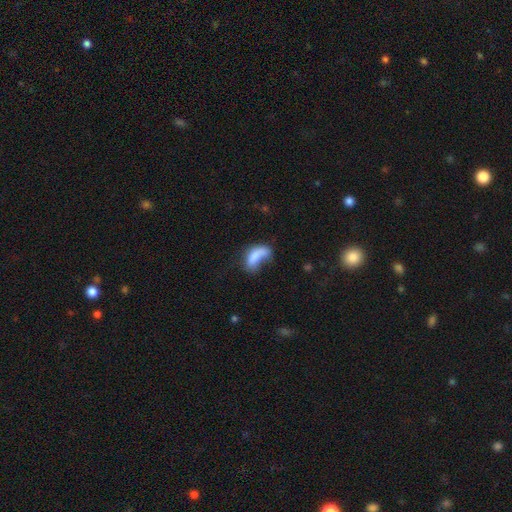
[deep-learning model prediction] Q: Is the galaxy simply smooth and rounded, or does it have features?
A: smooth — 71%.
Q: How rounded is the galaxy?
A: in between — 84%.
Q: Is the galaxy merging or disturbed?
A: major disturbance — 35%.